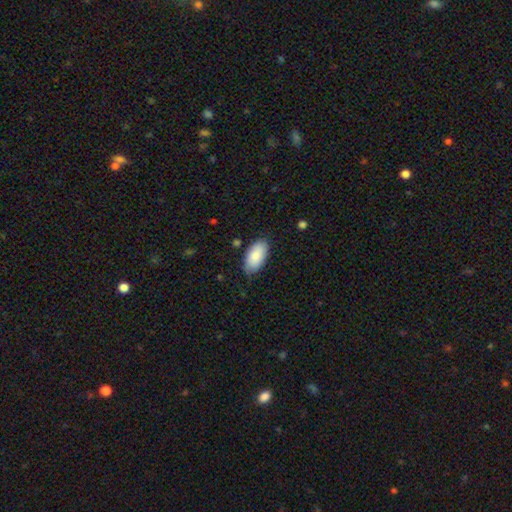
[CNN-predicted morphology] This is clearly a smooth galaxy (87%). How rounded: clearly in between (95%). Merging: clearly none (81%).